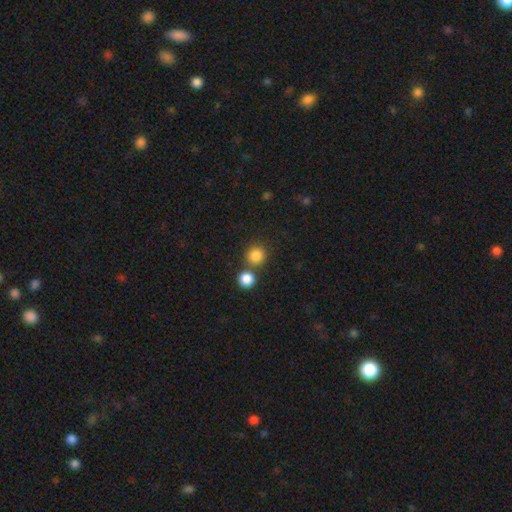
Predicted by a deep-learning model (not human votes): Morphology: type=smooth (85%); roundness=round (91%); merging=none (68%).